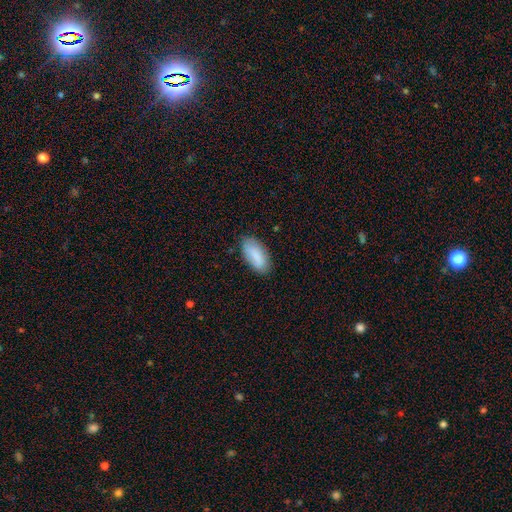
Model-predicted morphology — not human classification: type=smooth (83%); roundness=in between (90%); merging=none (79%).